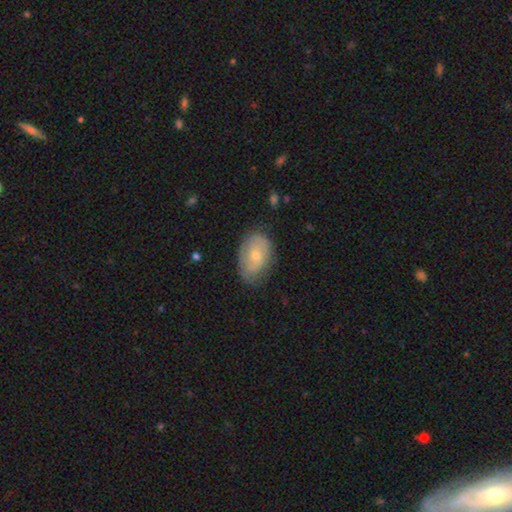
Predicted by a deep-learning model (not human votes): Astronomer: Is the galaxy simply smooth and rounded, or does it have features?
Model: smooth — 51% (runner-up: featured or disk, 41%).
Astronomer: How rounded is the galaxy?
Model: in between — 84%.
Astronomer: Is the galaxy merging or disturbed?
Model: none — 70%.